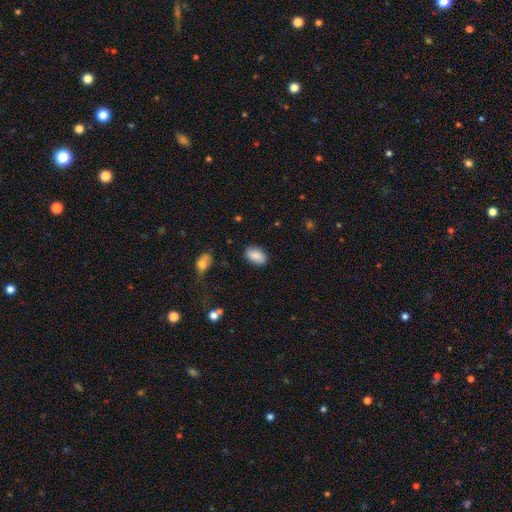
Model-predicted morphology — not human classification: This appears to be a smooth galaxy with no disk features (87%) that is in between round and cigar-shaped (92%). Merging: none (85%).